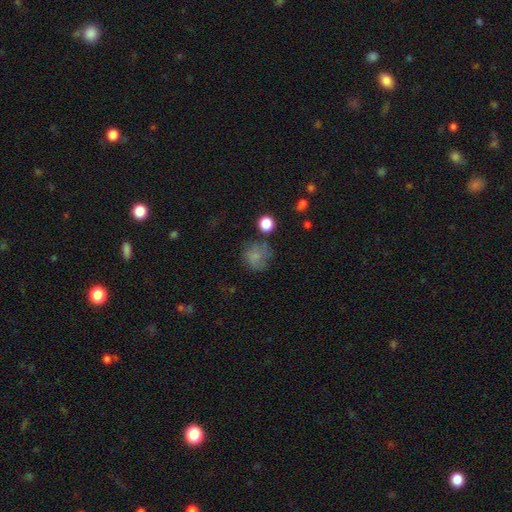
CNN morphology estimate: This appears to be a smooth galaxy with no disk features (72%) that is round (81%). Merging: none (57%).